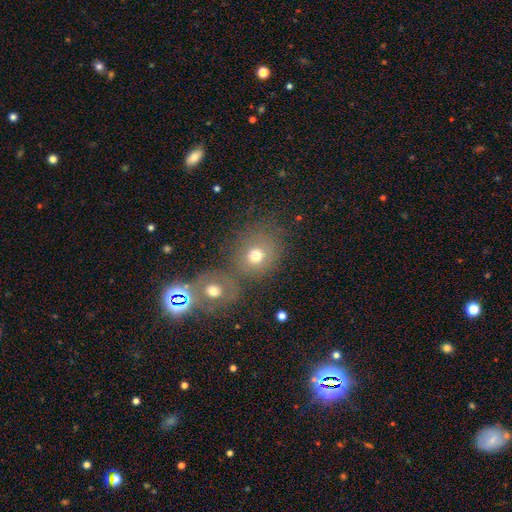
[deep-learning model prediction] Morphology: type=smooth (69%); roundness=round (74%); merging=none (42%, tied with merger).